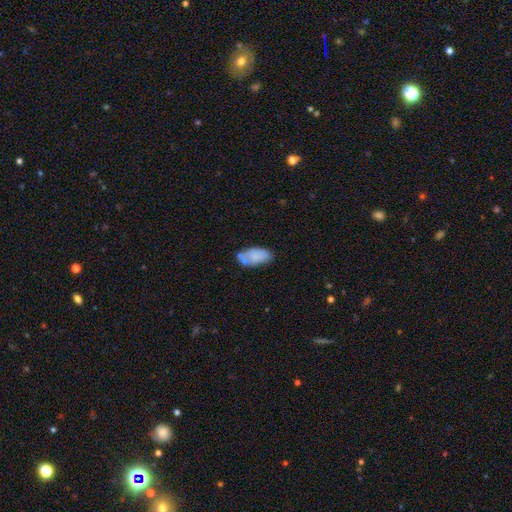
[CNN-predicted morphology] smooth-or-featured: smooth: 71% | featured or disk: 22% | star or artifact: 7%
  how-rounded: in between: 93% | cigar-shaped: 4% | round: 3%
  merging: none: 49% | minor disturbance: 25% | merger: 17% | major disturbance: 8%